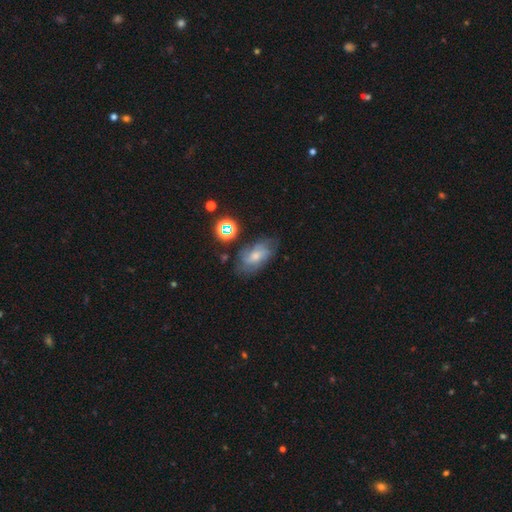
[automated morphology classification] A featured or disk galaxy (52%).

Vote fractions:
- Smooth or featured? featured or disk: 52% / smooth: 35% / star or artifact: 13%
- Edge-on disk? no: 93% / yes: 7%
- Merging? none: 61% / minor disturbance: 24% / major disturbance: 11% / merger: 3%